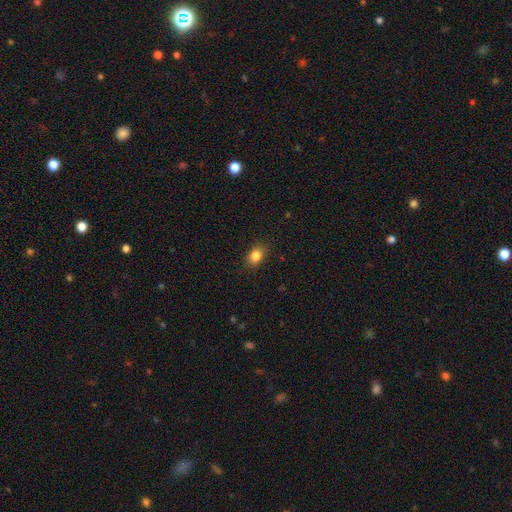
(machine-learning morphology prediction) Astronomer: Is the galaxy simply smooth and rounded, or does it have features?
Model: smooth — 84%.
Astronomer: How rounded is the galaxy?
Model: in between — 70%.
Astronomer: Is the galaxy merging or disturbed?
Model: none — 86%.